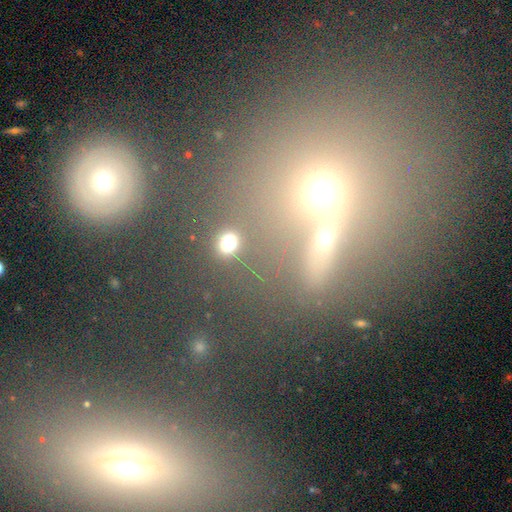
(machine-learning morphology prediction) This appears to be a smooth galaxy with no disk features (54%) that is round (68%). Merging: none (57%).